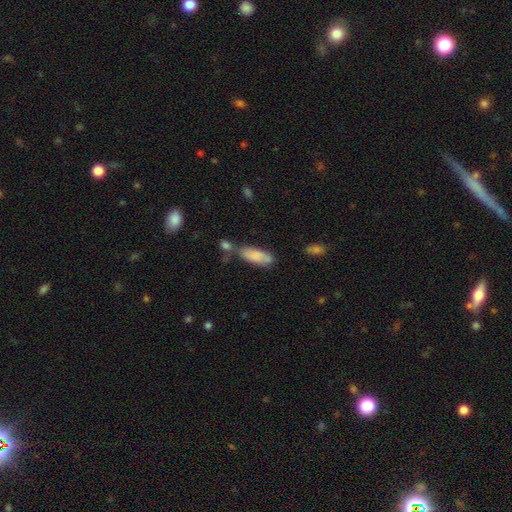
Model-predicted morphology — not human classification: type=smooth (83%); roundness=in between (64%); merging=none (51%).